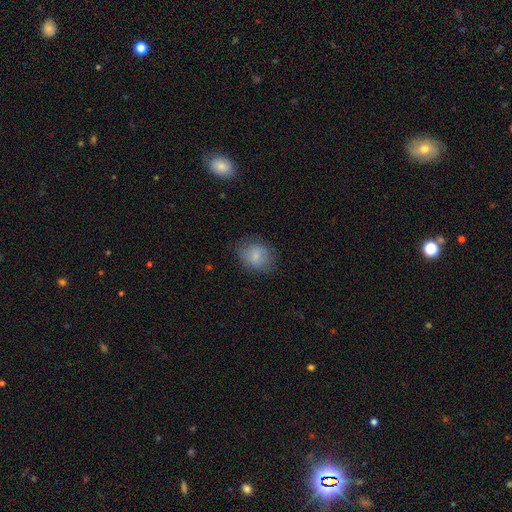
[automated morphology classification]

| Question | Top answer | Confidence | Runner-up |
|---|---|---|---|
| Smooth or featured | smooth | 79% | featured or disk (13%) |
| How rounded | in between | 53% | round (46%) |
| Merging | none | 72% | minor disturbance (19%) |